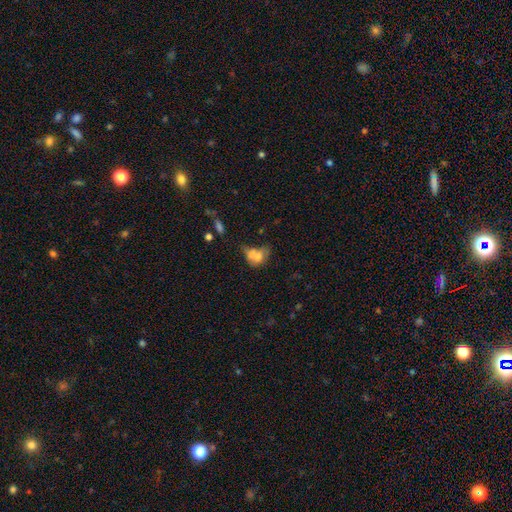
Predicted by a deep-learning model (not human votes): Overall: smooth (64%). How rounded: in between (60%; round 38%). Merging: merger (48%; none 21%).